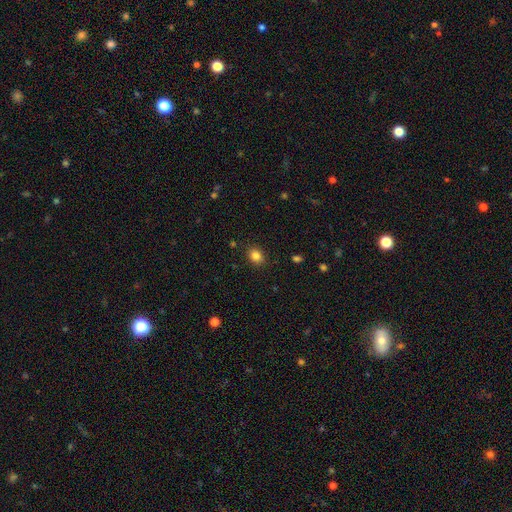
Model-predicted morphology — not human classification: smooth-or-featured: smooth: 84% | star or artifact: 11% | featured or disk: 5%
  how-rounded: in between: 52% | round: 47% | cigar-shaped: 1%
  merging: none: 88% | minor disturbance: 8% | major disturbance: 2% | merger: 1%